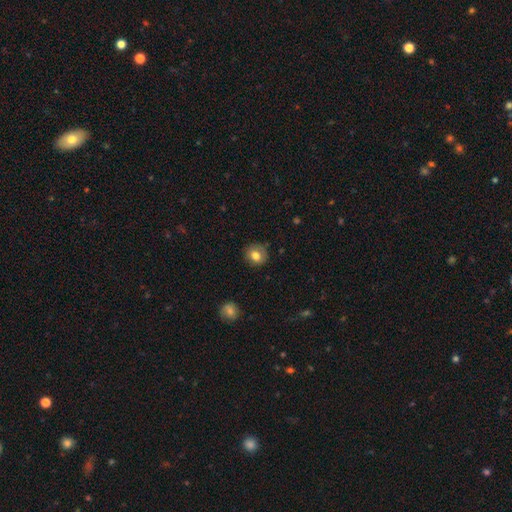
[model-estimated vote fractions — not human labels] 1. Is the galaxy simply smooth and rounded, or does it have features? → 78% smooth, 13% featured or disk, 9% star or artifact.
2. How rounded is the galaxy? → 75% round, 24% in between, 1% cigar-shaped.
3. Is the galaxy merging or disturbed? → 80% none, 15% minor disturbance, 3% major disturbance, 1% merger.